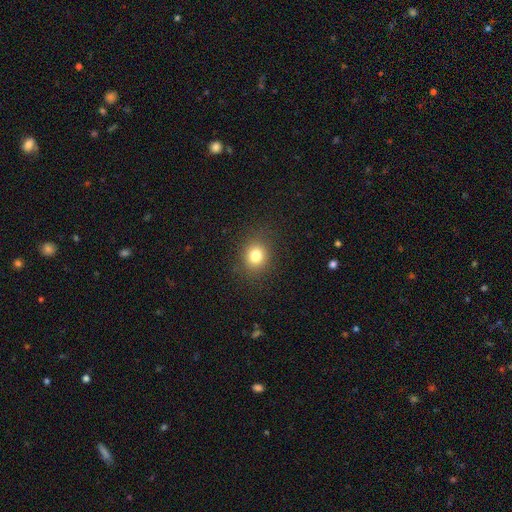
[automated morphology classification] smooth-or-featured: smooth: 80% | star or artifact: 13% | featured or disk: 7%
  how-rounded: round: 77% | in between: 22% | cigar-shaped: 1%
  merging: none: 88% | minor disturbance: 8% | major disturbance: 3% | merger: 1%